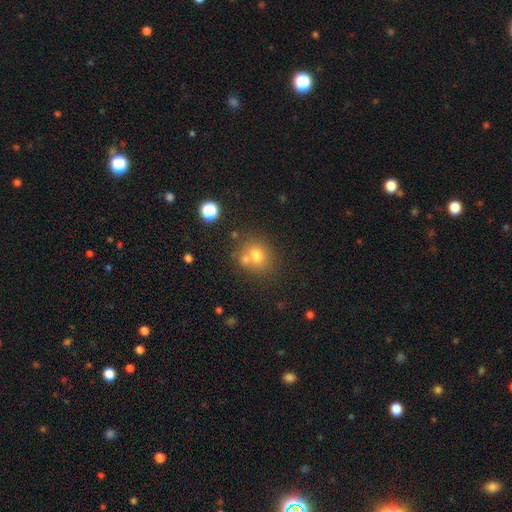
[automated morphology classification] Smooth or featured?
  - smooth: 70% *
  - star or artifact: 16%
  - featured or disk: 13%
How rounded?
  - round: 76% *
  - in between: 23%
  - cigar-shaped: 1%
Merging?
  - none: 55% *
  - merger: 30%
  - minor disturbance: 11%
  - major disturbance: 4%